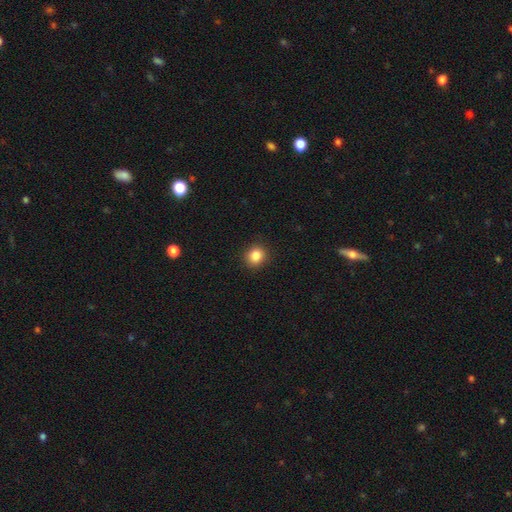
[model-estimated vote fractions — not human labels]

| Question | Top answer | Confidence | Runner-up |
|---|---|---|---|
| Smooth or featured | smooth | 85% | star or artifact (11%) |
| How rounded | round | 78% | in between (21%) |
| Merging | none | 90% | minor disturbance (7%) |